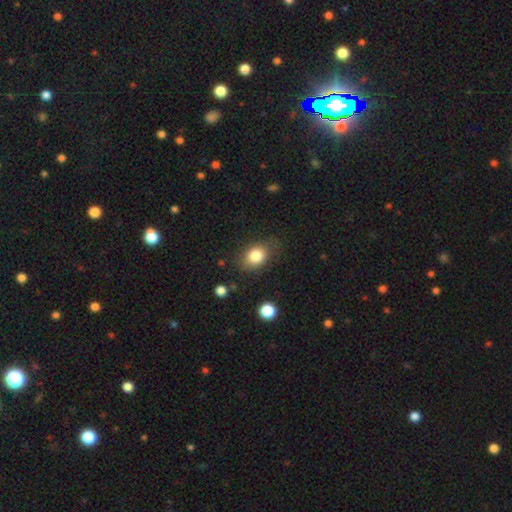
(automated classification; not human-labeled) smooth_or_featured: smooth (p=0.81) [alt: star or artifact p=0.09]
how_rounded: in between (p=0.63) [alt: round p=0.35]
merging: none (p=0.76) [alt: minor disturbance p=0.17]